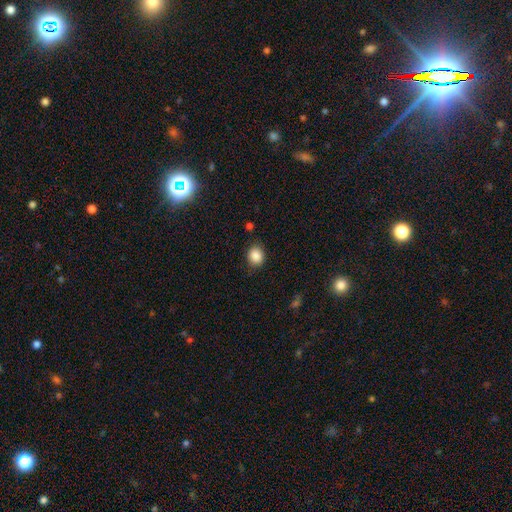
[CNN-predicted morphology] smooth 87%, star or artifact 9%, featured or disk 4%. Down the decision tree: how rounded — round (69%); merging — none (83%).